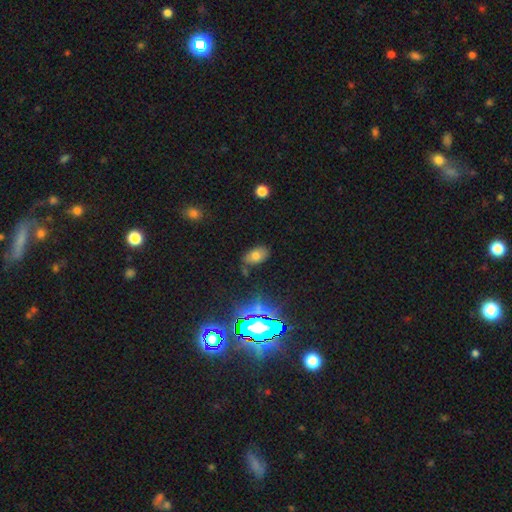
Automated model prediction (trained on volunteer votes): Q: Smooth or featured?
A: smooth (61%); runner-up: star or artifact (22%)
Q: How rounded?
A: in between (90%); runner-up: round (8%)
Q: Merging?
A: none (74%); runner-up: minor disturbance (17%)